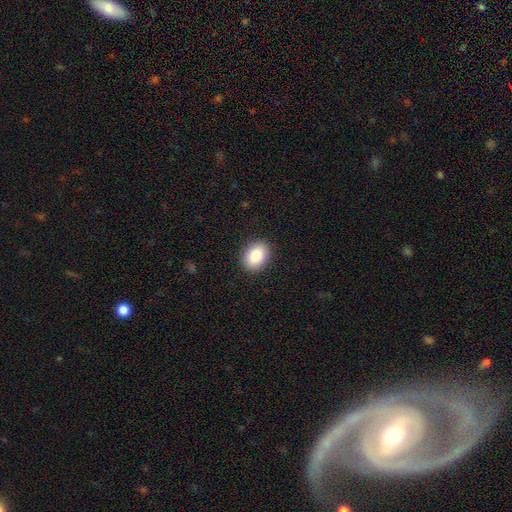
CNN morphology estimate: Smooth or featured? smooth (84%)
How rounded? in between (64%)
Merging? none (90%)